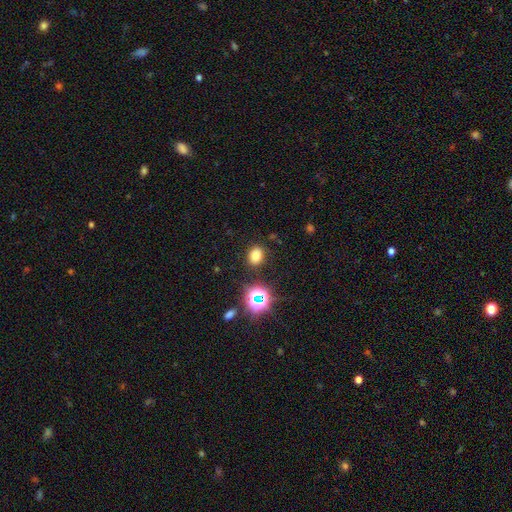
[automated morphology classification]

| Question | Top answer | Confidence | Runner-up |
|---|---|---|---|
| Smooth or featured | smooth | 75% | star or artifact (19%) |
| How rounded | in between | 56% | round (43%) |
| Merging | none | 84% | minor disturbance (10%) |